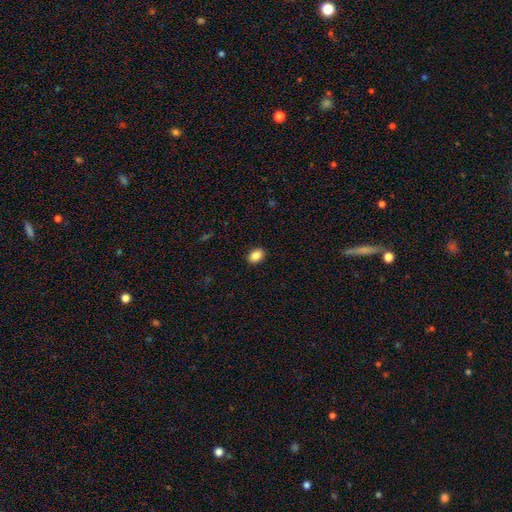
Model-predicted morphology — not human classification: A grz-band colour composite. It shows a smooth galaxy with no disk features (87%) that is in between round and cigar-shaped (67%). Merging: none (90%).